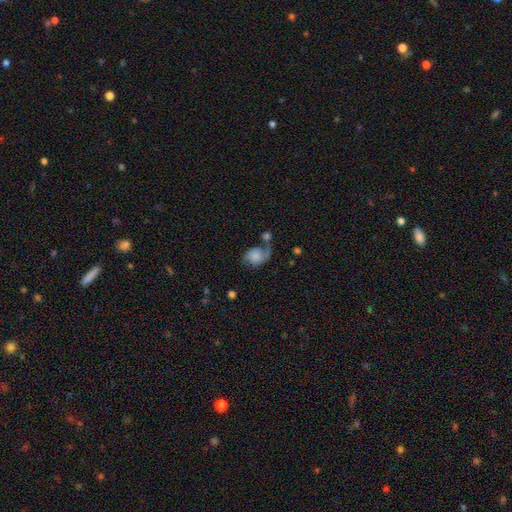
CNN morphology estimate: This is possibly a smooth galaxy (53%). How rounded: possibly in between (54%). Merging: marginally none (29%, tied with major disturbance).